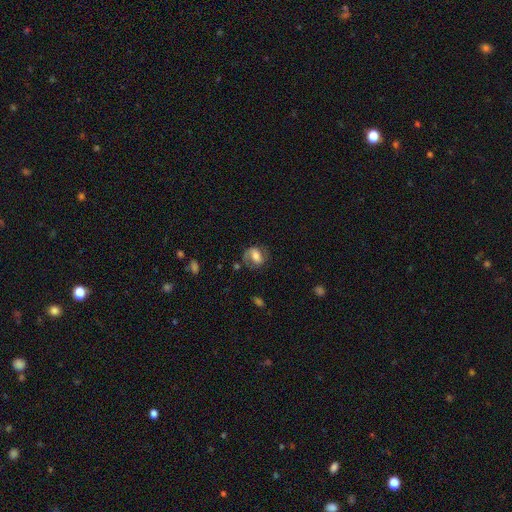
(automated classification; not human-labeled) The model was most divided on "smooth or featured": featured or disk: 50%, smooth: 41%, star or artifact: 8%. More confident: edge-on disk — no (96%); merging — none (58%).